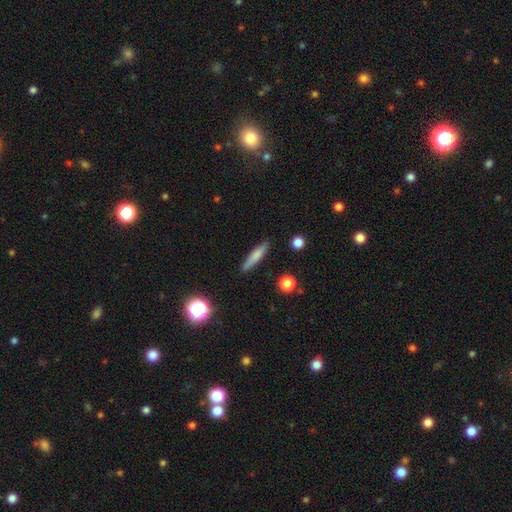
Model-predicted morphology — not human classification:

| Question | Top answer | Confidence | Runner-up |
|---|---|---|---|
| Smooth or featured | smooth | 71% | featured or disk (22%) |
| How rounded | cigar-shaped | 87% | in between (11%) |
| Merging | none | 87% | minor disturbance (9%) |